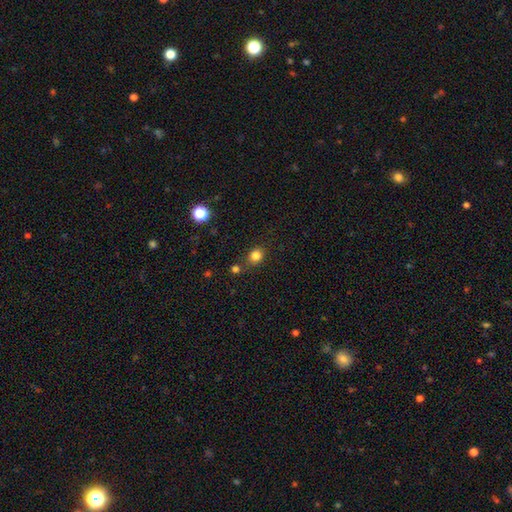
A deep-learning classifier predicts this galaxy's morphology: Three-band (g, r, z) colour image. It shows a smooth galaxy with no disk features (82%) that is round (70%). Merging: none (72%).